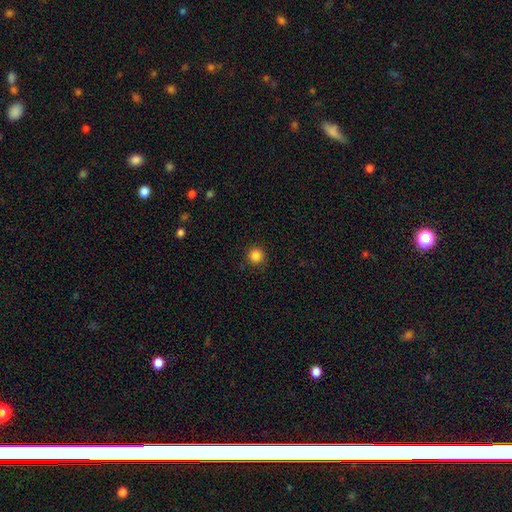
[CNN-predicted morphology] Q: Smooth or featured?
A: smooth (85%); runner-up: star or artifact (12%)
Q: How rounded?
A: round (95%); runner-up: in between (4%)
Q: Merging?
A: none (90%); runner-up: minor disturbance (7%)